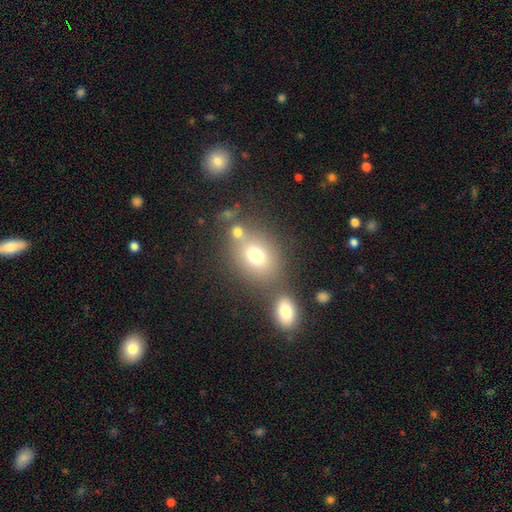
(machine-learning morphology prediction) smooth-or-featured: smooth: 73% | star or artifact: 14% | featured or disk: 13%
  how-rounded: round: 51% | in between: 47% | cigar-shaped: 1%
  merging: none: 57% | merger: 25% | minor disturbance: 12% | major disturbance: 6%